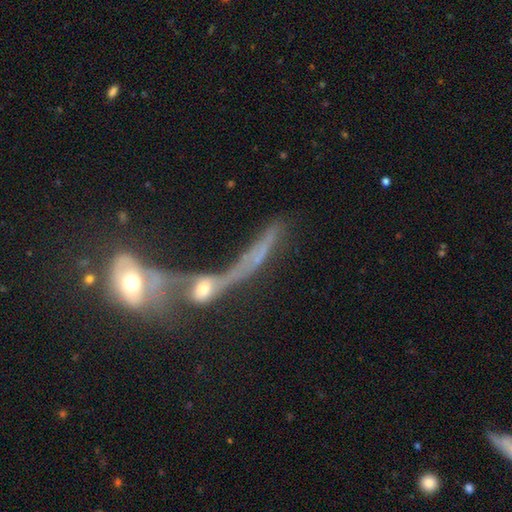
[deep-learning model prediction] featured or disk 55%, smooth 30%, star or artifact 15%. Down the decision tree: edge-on disk — no (60%); merging — merger (65%).